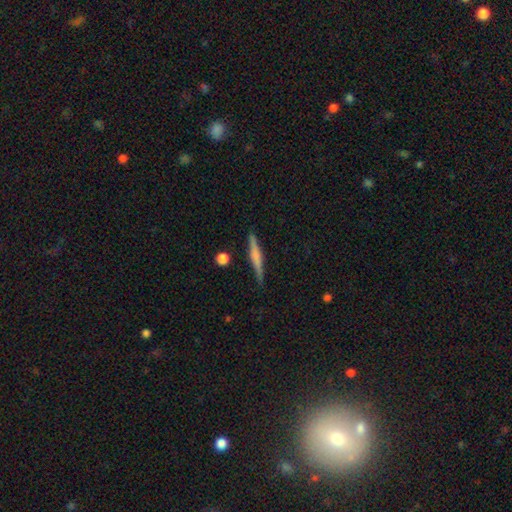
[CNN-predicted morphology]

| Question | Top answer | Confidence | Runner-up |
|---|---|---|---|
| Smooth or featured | featured or disk | 52% | smooth (42%) |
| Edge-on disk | yes | 97% | no (3%) |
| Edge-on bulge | rounded | 49% | none (31%) |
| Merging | none | 86% | minor disturbance (10%) |